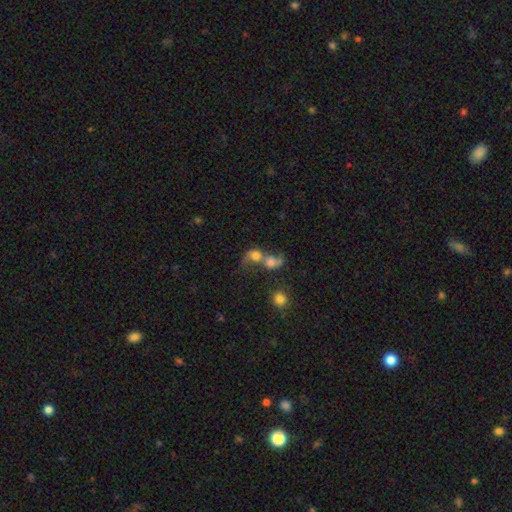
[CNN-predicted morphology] Smooth or featured: smooth — 61% (featured or disk — 26%)
How rounded: round — 60% (in between — 38%)
Merging: merger — 74% (none — 11%)